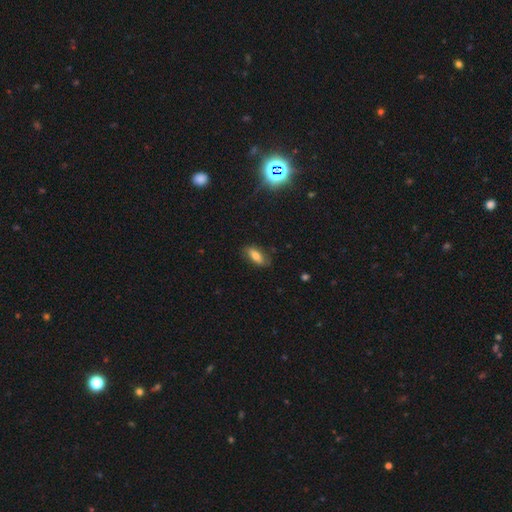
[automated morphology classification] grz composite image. It shows a smooth galaxy with no disk features (69%) that is in between round and cigar-shaped (72%). Merging: none (79%).